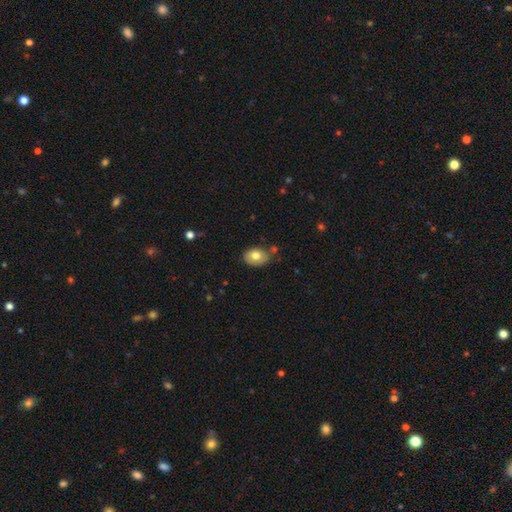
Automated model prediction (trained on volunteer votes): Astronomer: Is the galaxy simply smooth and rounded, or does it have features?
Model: smooth — 77%.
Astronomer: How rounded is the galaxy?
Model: in between — 73%.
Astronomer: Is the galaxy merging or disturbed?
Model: none — 64%.